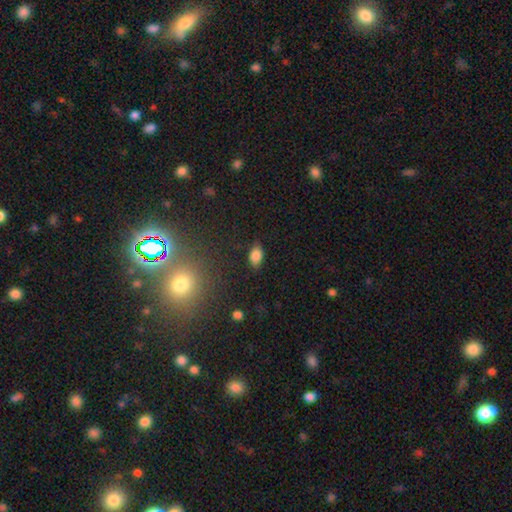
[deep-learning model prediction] smooth-or-featured: smooth: 83% | star or artifact: 9% | featured or disk: 8%
  how-rounded: in between: 89% | round: 9% | cigar-shaped: 3%
  merging: none: 80% | minor disturbance: 16% | major disturbance: 3% | merger: 1%